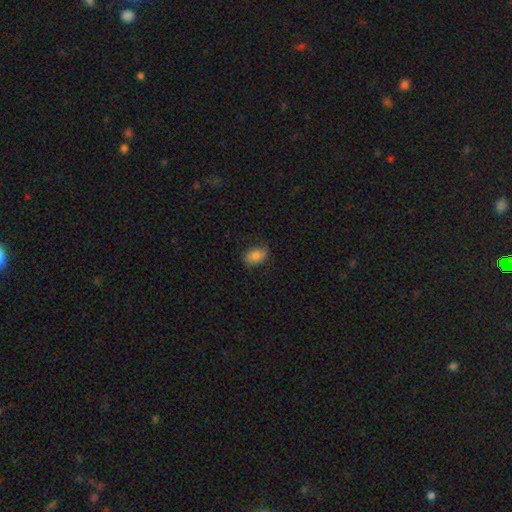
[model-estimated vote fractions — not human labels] Overall: smooth (84%). How rounded: in between (83%). Merging: none (81%).